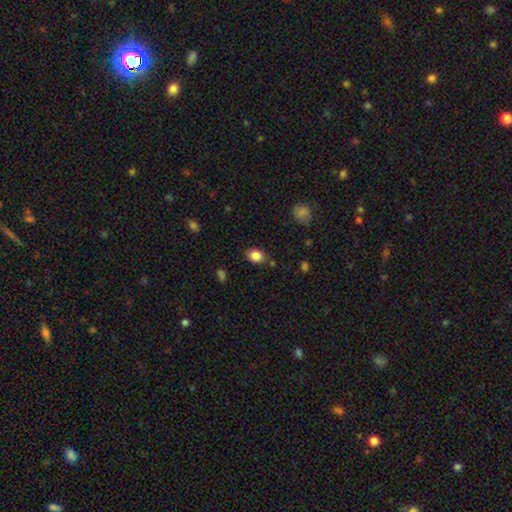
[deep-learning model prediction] This appears to be a smooth galaxy with no disk features (85%) that is in between round and cigar-shaped (64%). Merging: none (79%).